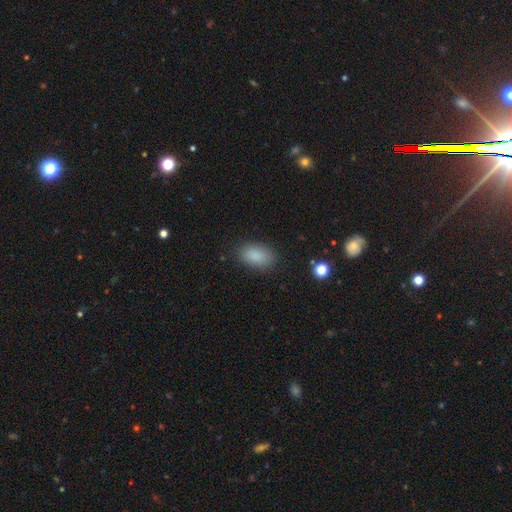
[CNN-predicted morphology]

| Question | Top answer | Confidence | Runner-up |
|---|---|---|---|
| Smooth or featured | smooth | 87% | star or artifact (9%) |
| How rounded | in between | 90% | round (8%) |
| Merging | none | 85% | minor disturbance (10%) |